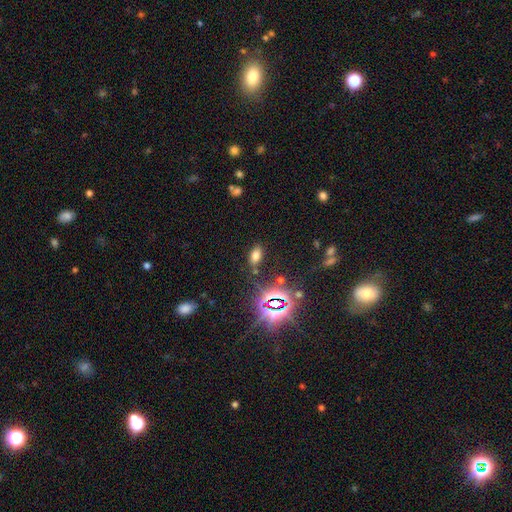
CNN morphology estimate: smooth 63%, star or artifact 28%, featured or disk 9%. Down the decision tree: how rounded — in between (90%); merging — none (80%).